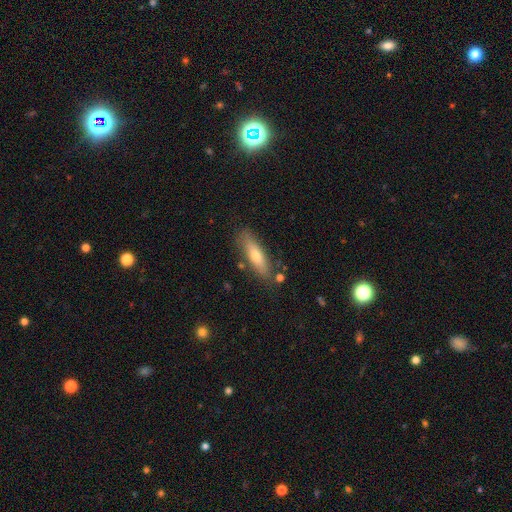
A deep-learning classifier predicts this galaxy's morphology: type=smooth (62%); roundness=cigar-shaped (62%); merging=none (80%).